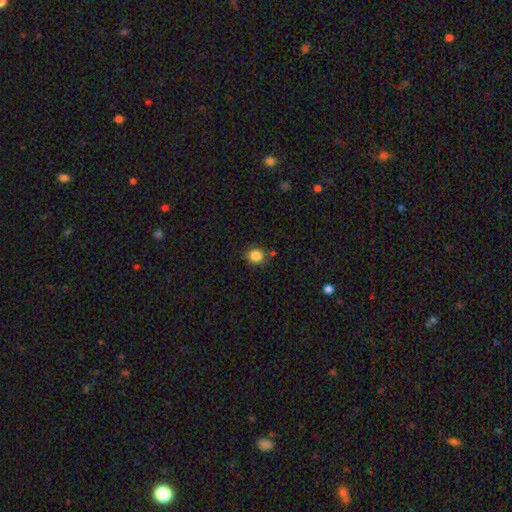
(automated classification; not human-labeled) smooth-or-featured: smooth: 85% | star or artifact: 10% | featured or disk: 5%
  how-rounded: round: 74% | in between: 25% | cigar-shaped: 1%
  merging: none: 79% | minor disturbance: 13% | merger: 5% | major disturbance: 3%